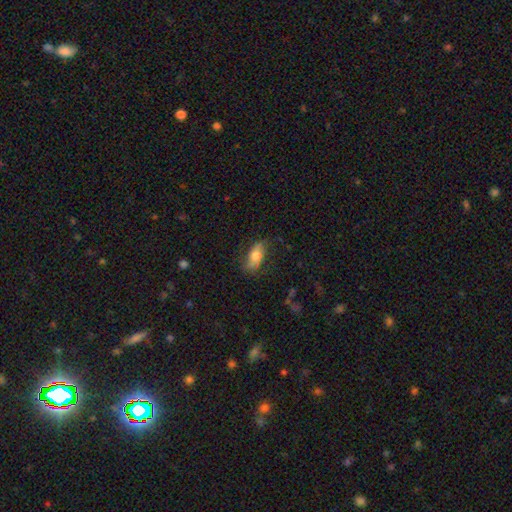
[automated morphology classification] type=smooth (60%); roundness=in between (83%); merging=none (66%).